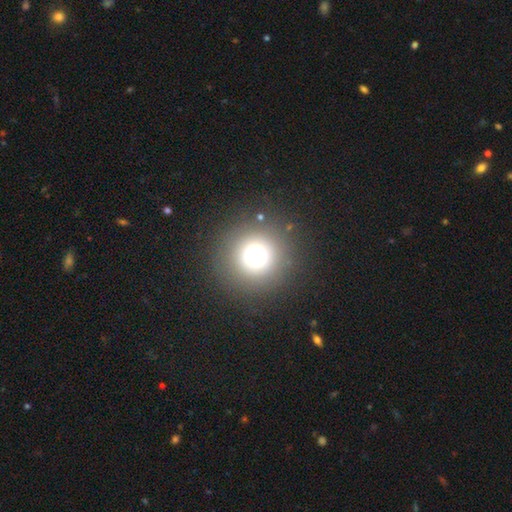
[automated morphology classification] smooth 64%, star or artifact 26%, featured or disk 11%. Down the decision tree: how rounded — round (95%); merging — none (87%).